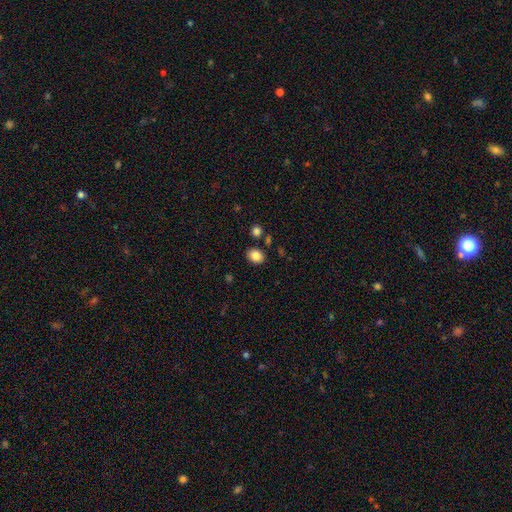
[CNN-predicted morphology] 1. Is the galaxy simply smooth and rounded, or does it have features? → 85% smooth, 9% star or artifact, 6% featured or disk.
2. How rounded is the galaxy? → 55% in between, 44% round, 1% cigar-shaped.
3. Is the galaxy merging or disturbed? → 84% none, 9% minor disturbance, 5% merger, 2% major disturbance.